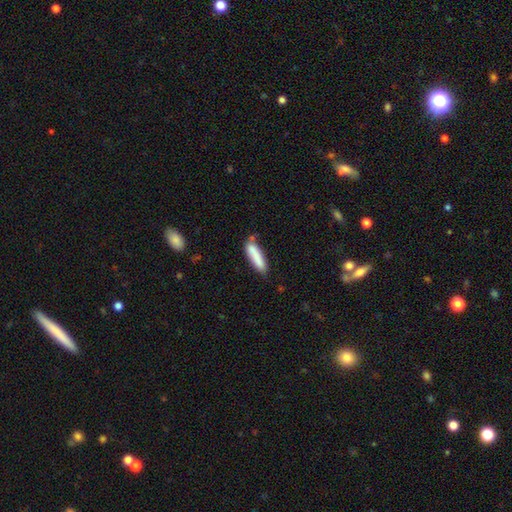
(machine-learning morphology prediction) type=smooth (81%); roundness=cigar-shaped (73%); merging=none (63%).